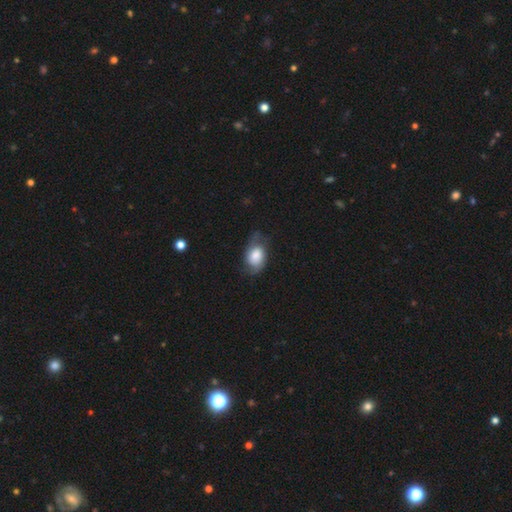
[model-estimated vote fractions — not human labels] Smooth or featured? Predicted: smooth (p=0.55). How rounded? Predicted: in between (p=0.76). Merging? Predicted: none (p=0.54).